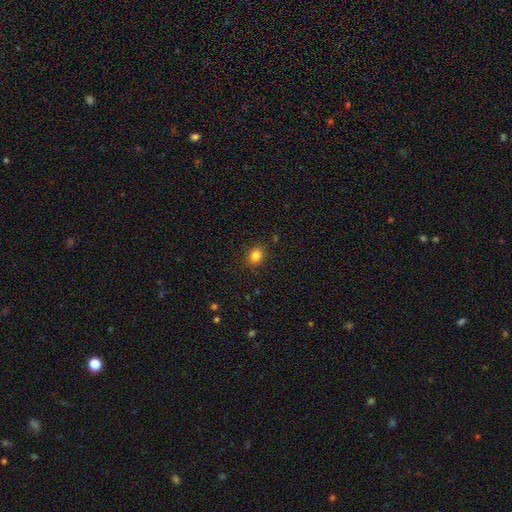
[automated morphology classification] The model was most divided on "how rounded": round: 53%, in between: 46%, cigar-shaped: 1%. More confident: merging — none (87%); smooth or featured — smooth (83%).